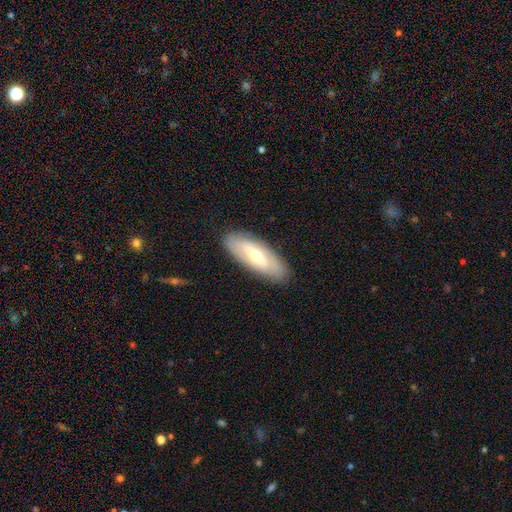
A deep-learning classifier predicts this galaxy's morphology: Overall: featured or disk (49%; smooth 45%). Merging: none (87%).